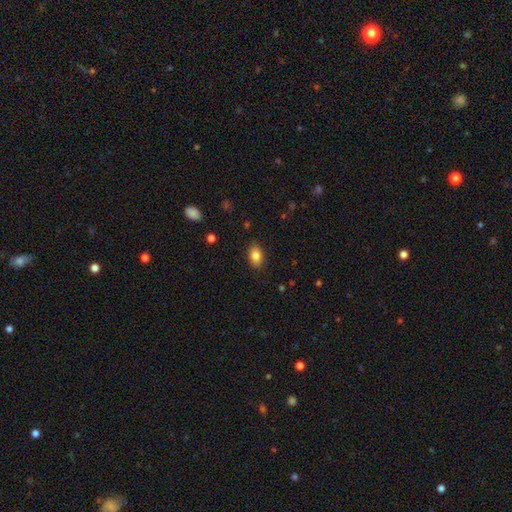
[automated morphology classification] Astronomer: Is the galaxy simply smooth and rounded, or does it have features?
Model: smooth — 84%.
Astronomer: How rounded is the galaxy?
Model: in between — 86%.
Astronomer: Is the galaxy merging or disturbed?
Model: none — 87%.